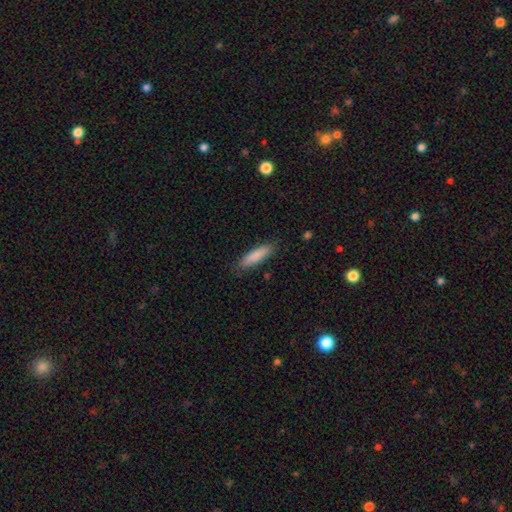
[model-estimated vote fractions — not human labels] Smooth or featured: smooth — 86% (featured or disk — 8%)
How rounded: cigar-shaped — 71% (in between — 28%)
Merging: none — 86% (minor disturbance — 11%)